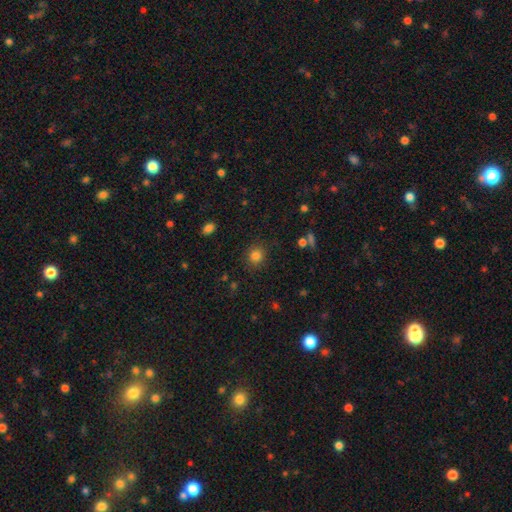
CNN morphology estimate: Smooth or featured: smooth — 82% (star or artifact — 13%)
How rounded: round — 84% (in between — 15%)
Merging: none — 87% (minor disturbance — 8%)